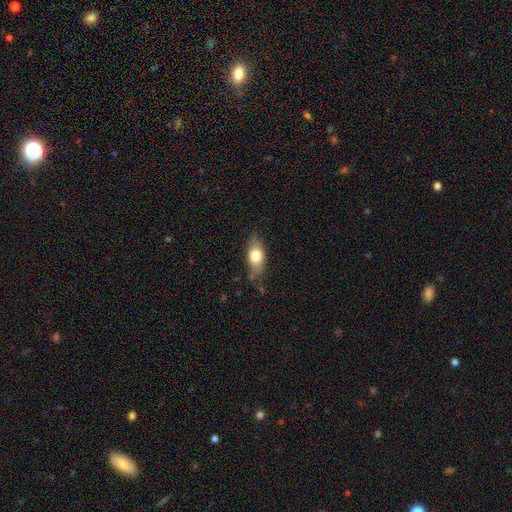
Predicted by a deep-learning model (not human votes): smooth-or-featured: smooth: 71% | featured or disk: 22% | star or artifact: 7%
  how-rounded: in between: 80% | cigar-shaped: 12% | round: 8%
  merging: none: 72% | minor disturbance: 21% | major disturbance: 5% | merger: 2%